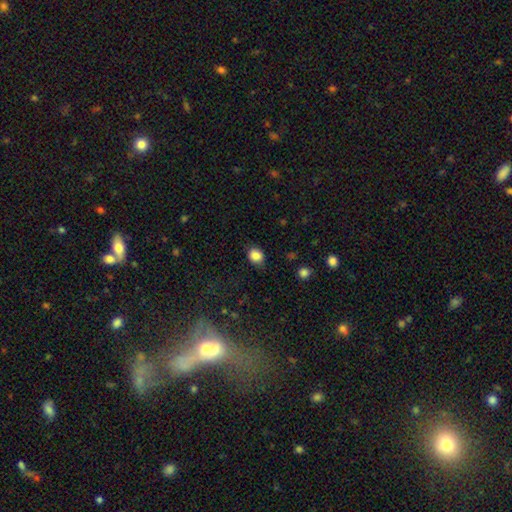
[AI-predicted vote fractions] Smooth or featured? smooth (85%)
How rounded? round (53%)
Merging? none (79%)